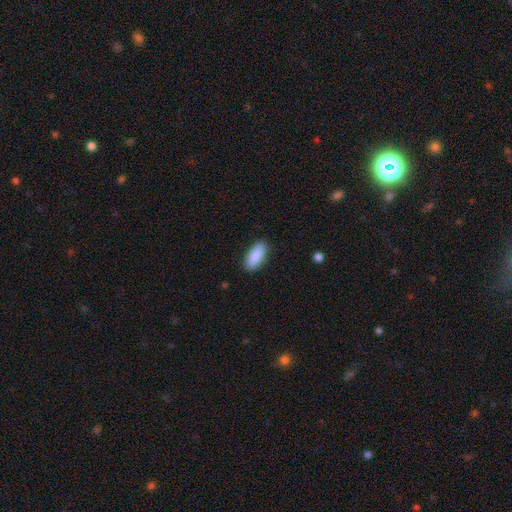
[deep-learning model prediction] Overall: smooth (90%). How rounded: in between (80%). Merging: none (89%).